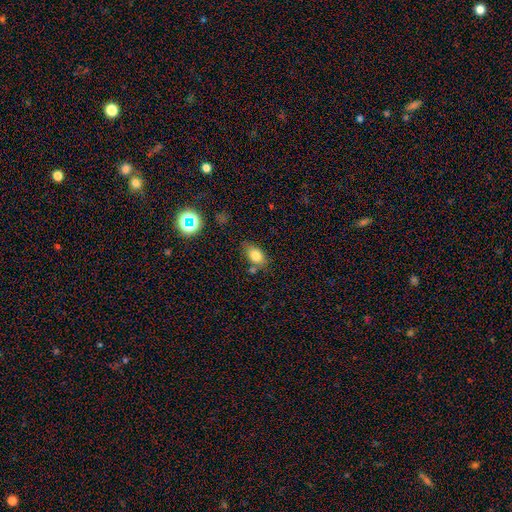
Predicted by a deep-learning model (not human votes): A smooth galaxy with no disk features (80%) that is in between round and cigar-shaped (84%). Merging: none (68%).